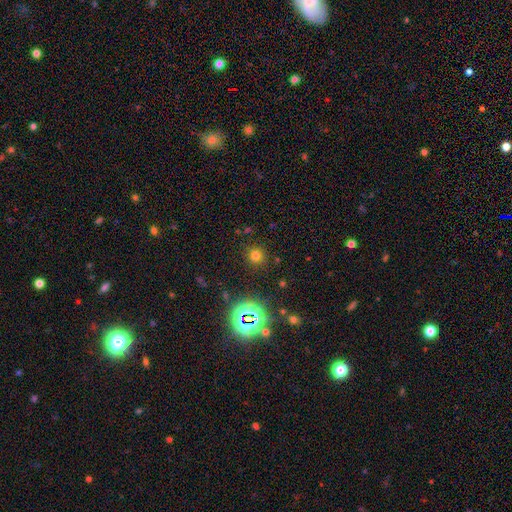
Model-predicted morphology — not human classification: Smooth or featured?
  - smooth: 69% *
  - star or artifact: 24%
  - featured or disk: 7%
How rounded?
  - round: 92% *
  - in between: 7%
  - cigar-shaped: 1%
Merging?
  - none: 88% *
  - minor disturbance: 7%
  - major disturbance: 3%
  - merger: 2%